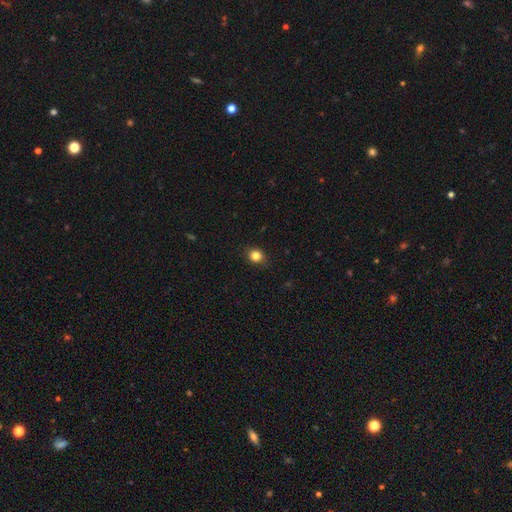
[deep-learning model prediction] This is clearly a smooth galaxy (83%). How rounded: likely round (77%). Merging: clearly none (89%).